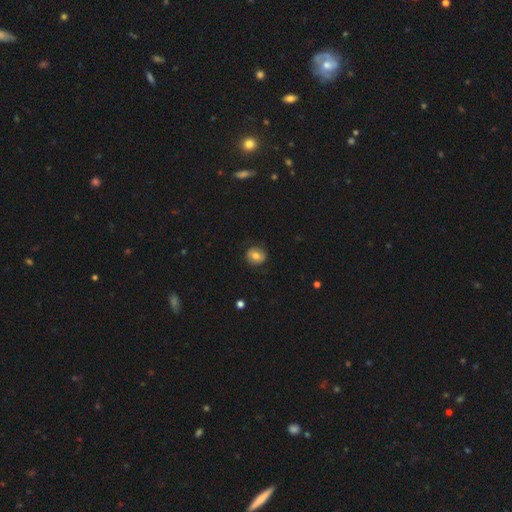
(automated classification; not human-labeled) This is likely a smooth galaxy (69%). How rounded: likely round (78%). Merging: clearly none (82%).